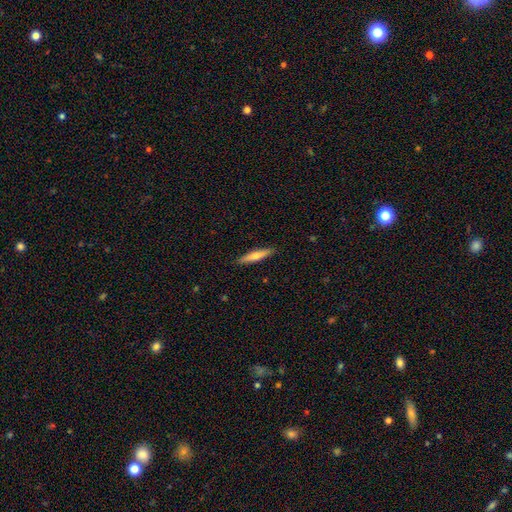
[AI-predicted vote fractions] smooth_or_featured: smooth (p=0.56) [alt: featured or disk p=0.38]
how_rounded: cigar-shaped (p=0.87) [alt: in between p=0.12]
merging: none (p=0.90) [alt: minor disturbance p=0.07]